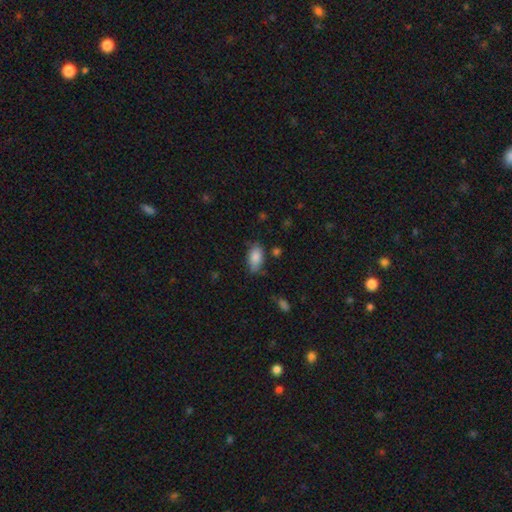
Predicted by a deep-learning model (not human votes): smooth_or_featured: smooth (p=0.85) [alt: featured or disk p=0.08]
how_rounded: in between (p=0.91) [alt: cigar-shaped p=0.05]
merging: none (p=0.71) [alt: minor disturbance p=0.22]